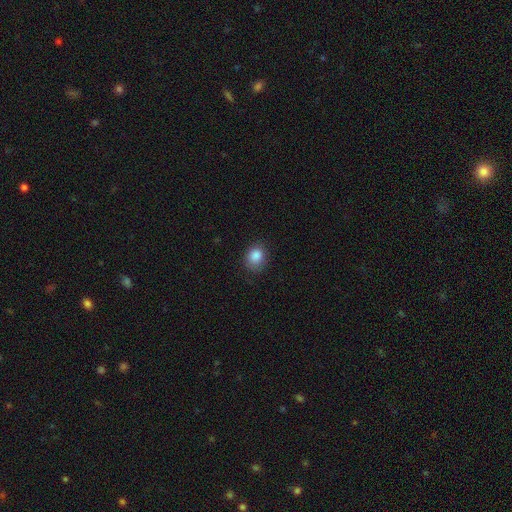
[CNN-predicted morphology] A smooth galaxy with no disk features (87%) that is round (62%).

Vote fractions:
- Smooth or featured? smooth: 87% / star or artifact: 9% / featured or disk: 5%
- How rounded? round: 62% / in between: 37% / cigar-shaped: 1%
- Merging? none: 76% / minor disturbance: 18% / major disturbance: 5% / merger: 1%